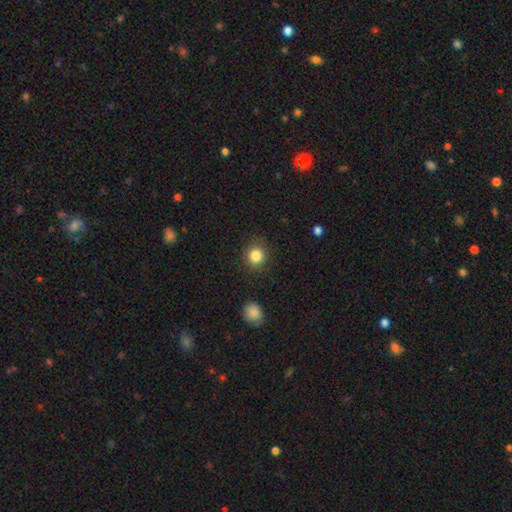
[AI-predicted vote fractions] Q: Smooth or featured?
A: smooth (86%); runner-up: star or artifact (10%)
Q: How rounded?
A: round (89%); runner-up: in between (10%)
Q: Merging?
A: none (87%); runner-up: minor disturbance (9%)